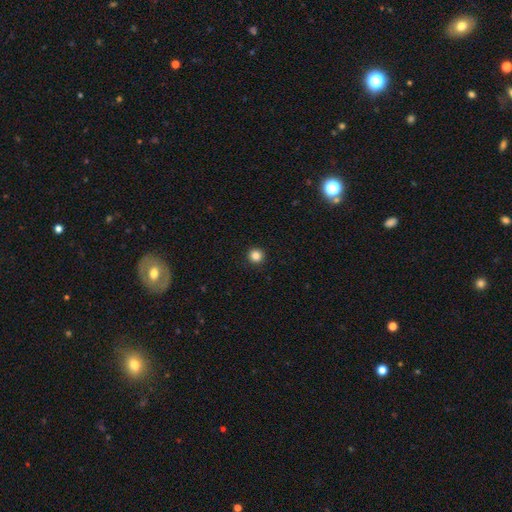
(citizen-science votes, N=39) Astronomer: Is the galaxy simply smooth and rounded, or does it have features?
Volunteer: smooth — 92%.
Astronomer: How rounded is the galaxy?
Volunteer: round — 97%.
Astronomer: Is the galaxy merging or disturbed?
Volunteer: none — 97%.